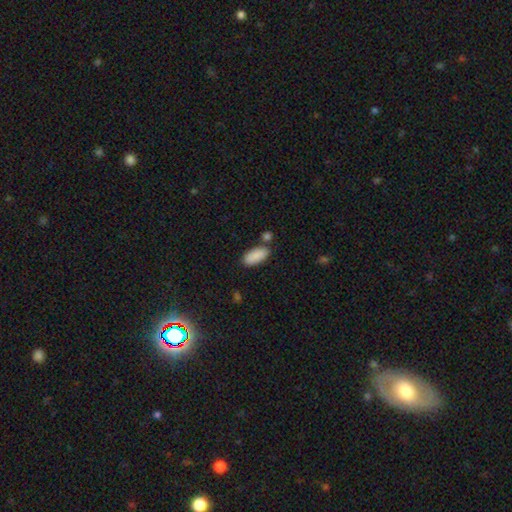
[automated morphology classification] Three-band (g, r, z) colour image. It shows a smooth galaxy with no disk features (90%) that is in between round and cigar-shaped (88%). Merging: none (75%).